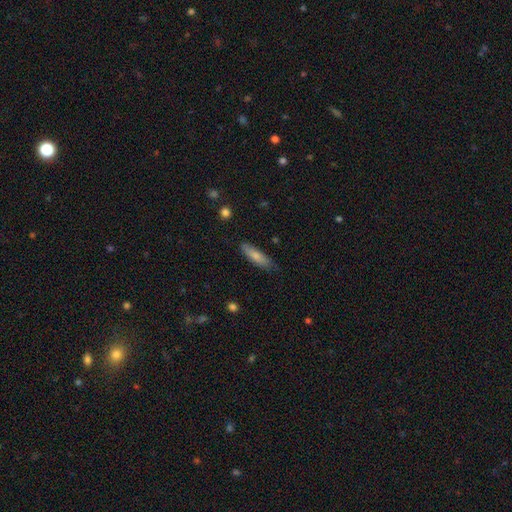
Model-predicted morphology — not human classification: This is likely a smooth galaxy (76%). How rounded: possibly cigar-shaped (59%). Merging: likely none (76%).